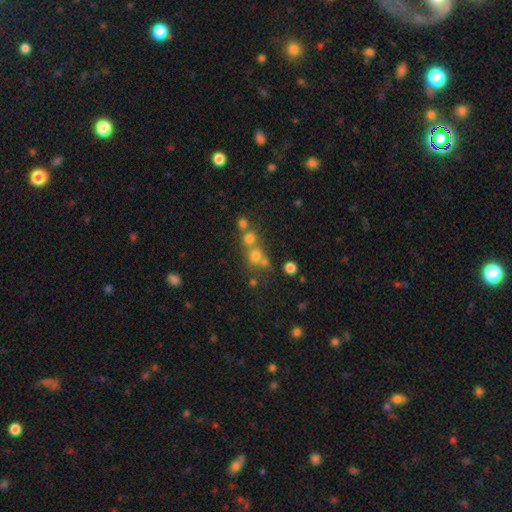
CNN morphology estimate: This appears to be a smooth galaxy with no disk features (56%) that is round (85%). Merging: merger (45%).